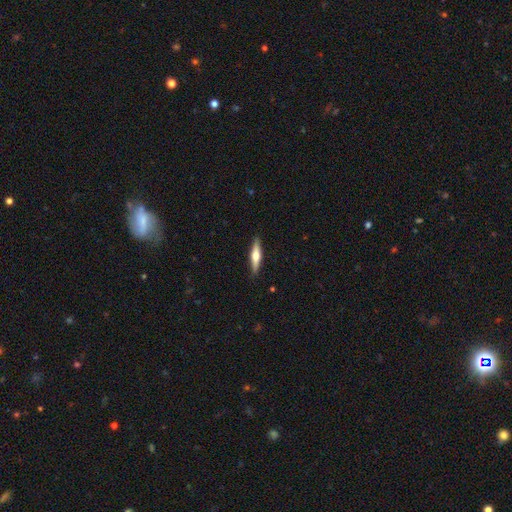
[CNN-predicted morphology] Smooth or featured: featured or disk — 54% (smooth — 41%)
Edge-on disk: yes — 95% (no — 5%)
Edge-on bulge: rounded — 91% (boxy — 5%)
Merging: none — 90% (minor disturbance — 8%)